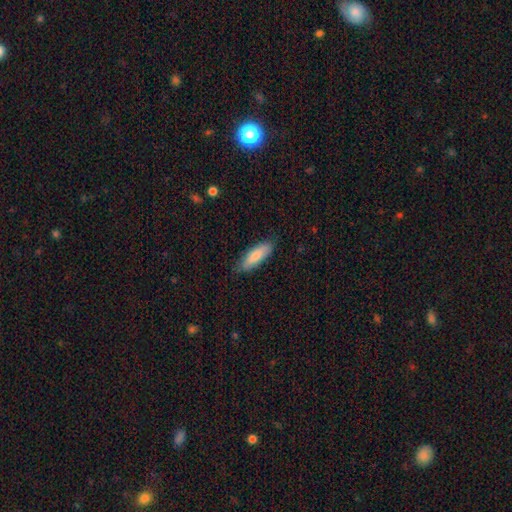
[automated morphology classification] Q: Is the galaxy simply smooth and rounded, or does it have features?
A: smooth — 82%.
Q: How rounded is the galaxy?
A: in between — 54%.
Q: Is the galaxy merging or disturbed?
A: none — 83%.